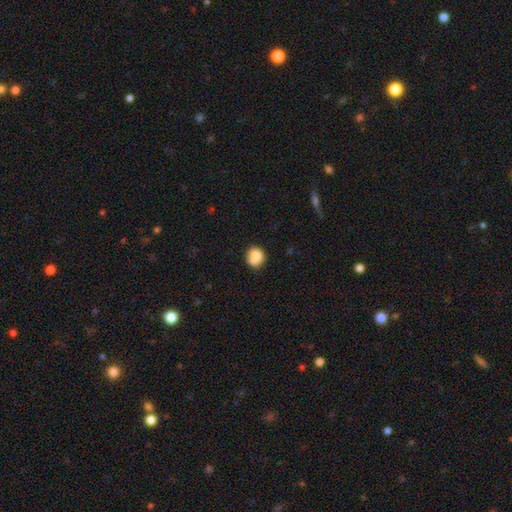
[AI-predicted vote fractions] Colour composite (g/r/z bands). It shows a smooth galaxy with no disk features (77%) that is round (85%). Merging: none (57%).